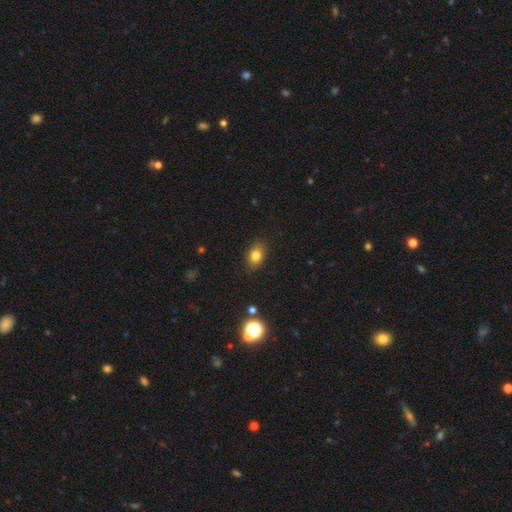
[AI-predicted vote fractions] A smooth galaxy with no disk features (80%) that is in between round and cigar-shaped (75%).

Vote fractions:
- Smooth or featured? smooth: 80% / star or artifact: 12% / featured or disk: 9%
- How rounded? in between: 75% / round: 24% / cigar-shaped: 2%
- Merging? none: 86% / minor disturbance: 10% / major disturbance: 3% / merger: 1%